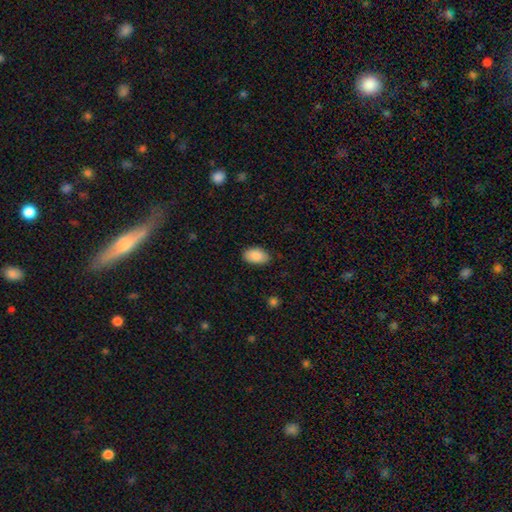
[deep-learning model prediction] A smooth galaxy with no disk features (89%) that is in between round and cigar-shaped (93%).

Vote fractions:
- Smooth or featured? smooth: 89% / star or artifact: 7% / featured or disk: 5%
- How rounded? in between: 93% / round: 5% / cigar-shaped: 1%
- Merging? none: 84% / minor disturbance: 13% / major disturbance: 2% / merger: 1%